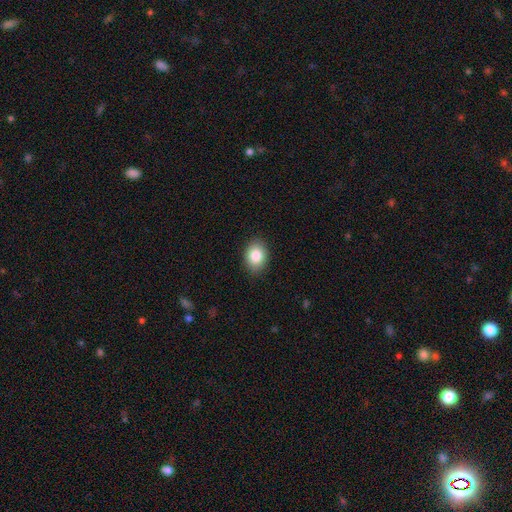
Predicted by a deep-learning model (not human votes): smooth_or_featured: smooth (p=0.86) [alt: star or artifact p=0.08]
how_rounded: in between (p=0.70) [alt: round p=0.29]
merging: none (p=0.88) [alt: minor disturbance p=0.09]